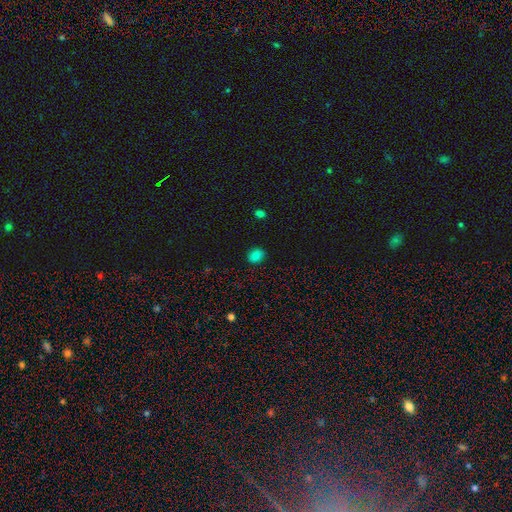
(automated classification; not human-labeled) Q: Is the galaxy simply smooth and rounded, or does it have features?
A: smooth — 83%.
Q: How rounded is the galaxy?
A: in between — 50%.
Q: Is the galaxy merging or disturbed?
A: none — 87%.